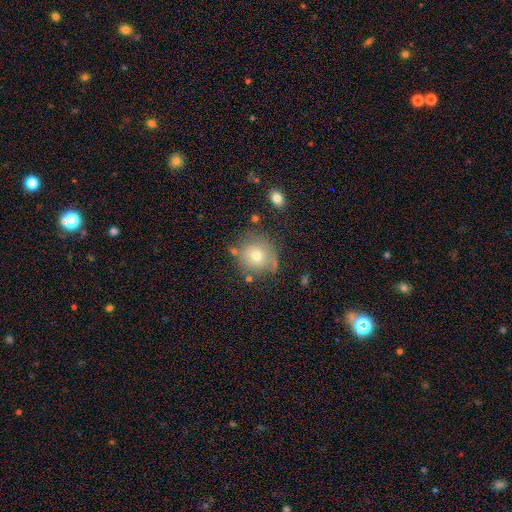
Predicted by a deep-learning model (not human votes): Overall: smooth (67%). How rounded: round (89%). Merging: none (69%).